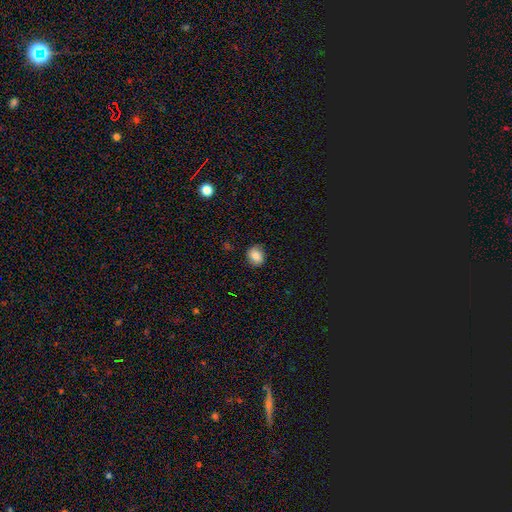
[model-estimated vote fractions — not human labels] The model was most divided on "how rounded": round: 64%, in between: 35%, cigar-shaped: 1%. More confident: merging — none (85%); smooth or featured — smooth (82%).